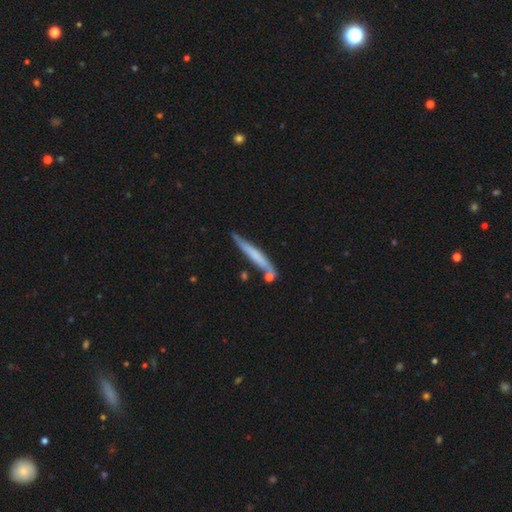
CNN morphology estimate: smooth_or_featured: smooth (p=0.55) [alt: featured or disk p=0.39]
how_rounded: cigar-shaped (p=0.95) [alt: in between p=0.03]
merging: none (p=0.73) [alt: minor disturbance p=0.16]